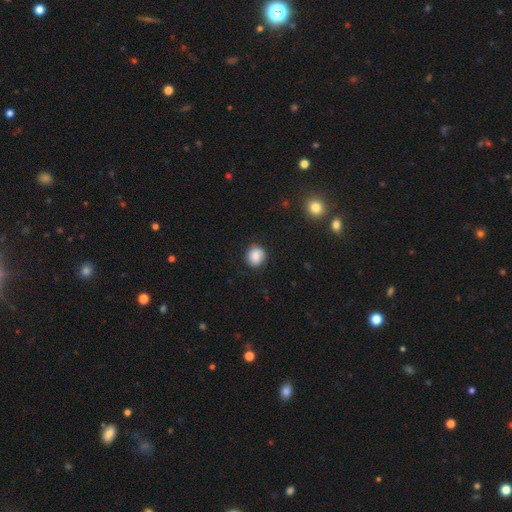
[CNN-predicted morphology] A smooth galaxy with no disk features (85%) that is round (82%). Merging: none (85%).